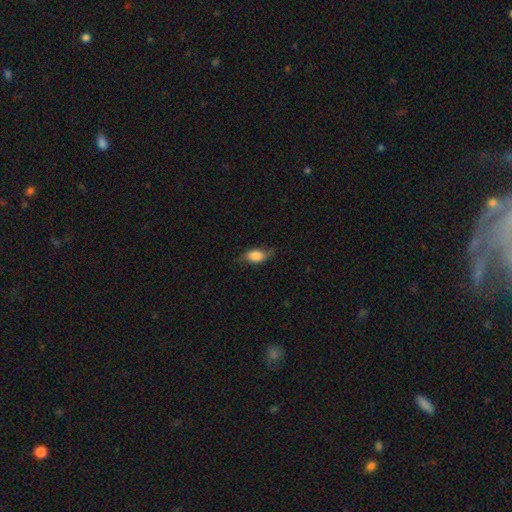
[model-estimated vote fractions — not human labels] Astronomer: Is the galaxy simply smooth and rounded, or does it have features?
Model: smooth — 71%.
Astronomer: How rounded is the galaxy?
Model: in between — 85%.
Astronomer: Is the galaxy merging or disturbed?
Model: none — 66%.